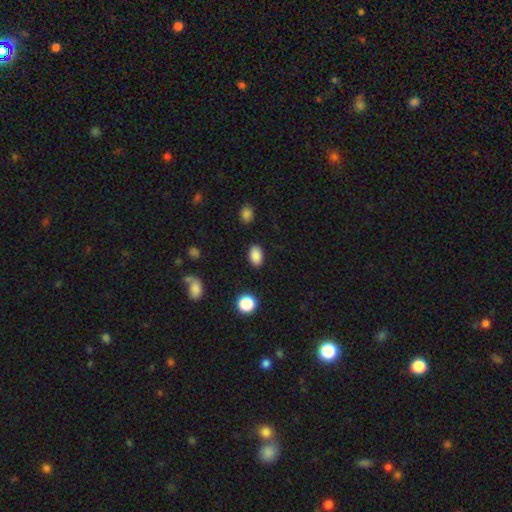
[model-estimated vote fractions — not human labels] Smooth or featured? smooth (86%)
How rounded? in between (87%)
Merging? none (87%)